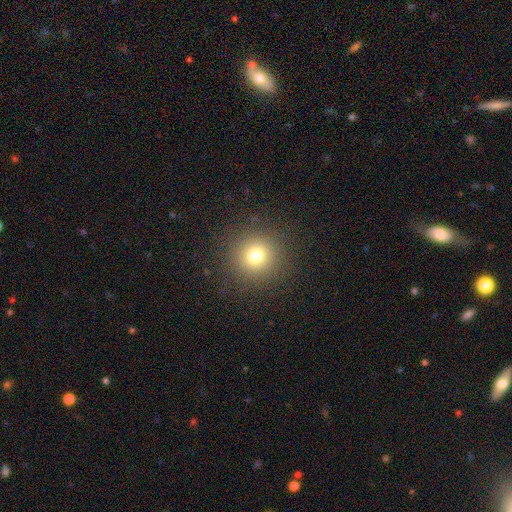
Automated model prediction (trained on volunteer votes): smooth_or_featured: smooth (p=0.76) [alt: star or artifact p=0.16]
how_rounded: round (p=0.94) [alt: in between p=0.05]
merging: none (p=0.90) [alt: minor disturbance p=0.06]